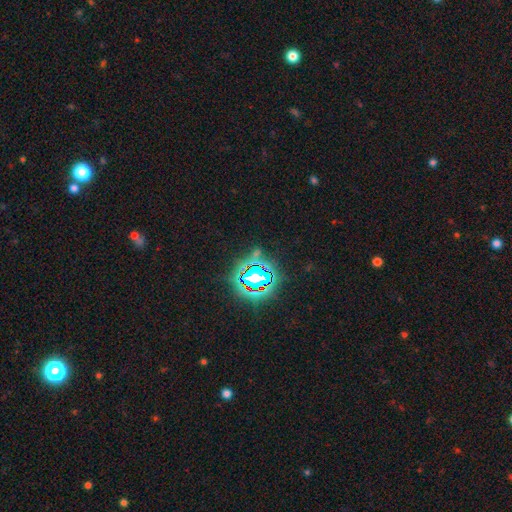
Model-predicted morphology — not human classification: This is likely a star or artifact rather than a galaxy (78%).